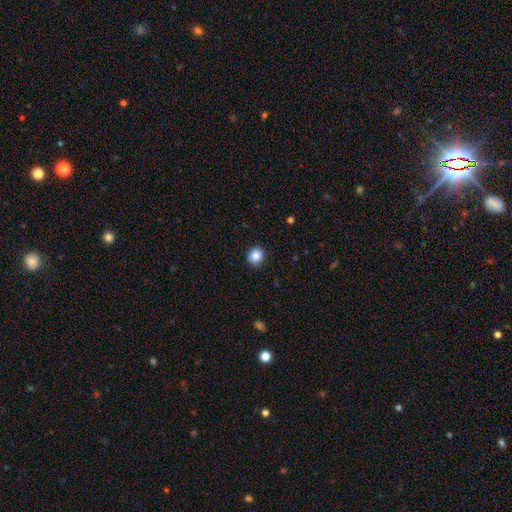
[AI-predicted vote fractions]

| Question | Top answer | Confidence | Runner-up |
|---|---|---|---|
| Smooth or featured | smooth | 87% | star or artifact (10%) |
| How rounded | round | 83% | in between (16%) |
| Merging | none | 91% | minor disturbance (7%) |